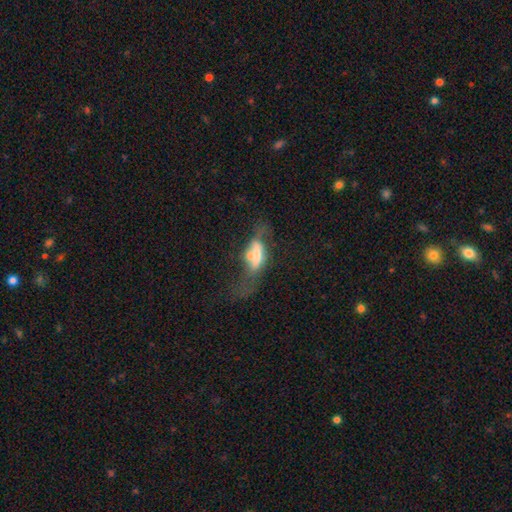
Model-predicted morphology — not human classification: Smooth or featured? featured or disk (48%)
Merging? major disturbance (43%)